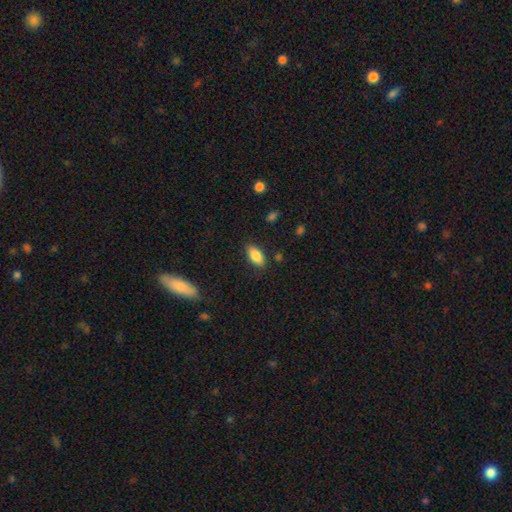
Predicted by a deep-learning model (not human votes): Smooth or featured?
  - smooth: 86% *
  - star or artifact: 7%
  - featured or disk: 7%
How rounded?
  - in between: 89% *
  - cigar-shaped: 8%
  - round: 3%
Merging?
  - none: 84% *
  - minor disturbance: 11%
  - major disturbance: 3%
  - merger: 2%